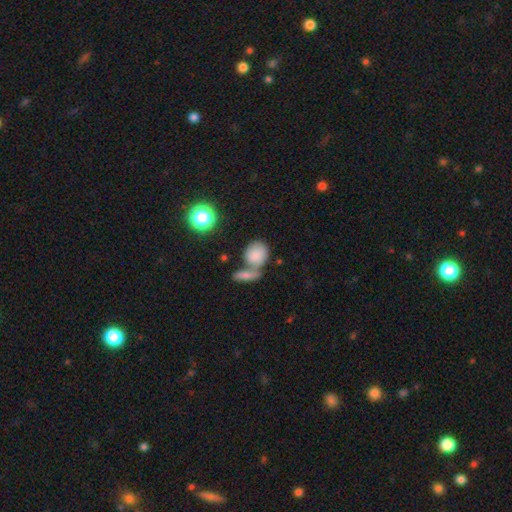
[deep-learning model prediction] smooth_or_featured: smooth (p=0.80) [alt: featured or disk p=0.11]
how_rounded: round (p=0.52) [alt: in between p=0.45]
merging: merger (p=0.48) [alt: none p=0.36]